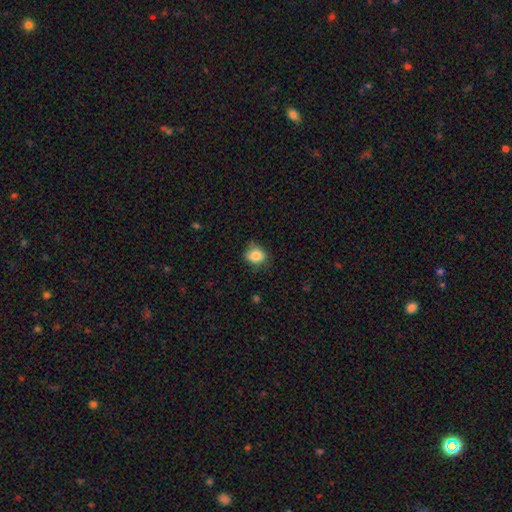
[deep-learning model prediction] Morphology: type=smooth (86%); roundness=round (58%); merging=none (73%).